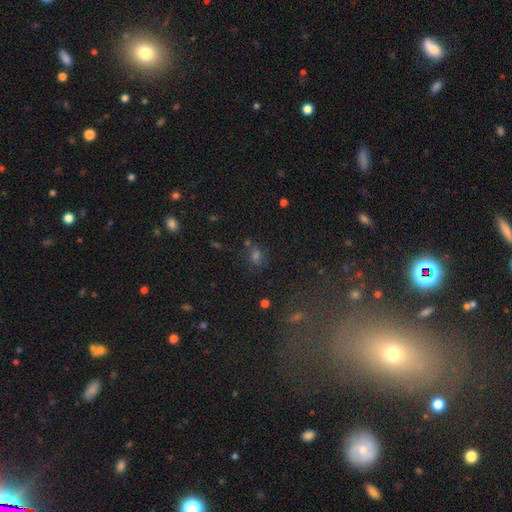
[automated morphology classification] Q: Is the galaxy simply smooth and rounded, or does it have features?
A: smooth — 50%.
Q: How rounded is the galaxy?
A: round — 53%.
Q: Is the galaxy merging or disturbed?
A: none — 71%.